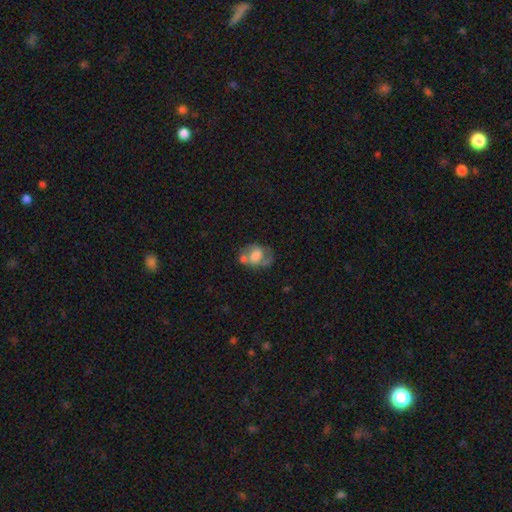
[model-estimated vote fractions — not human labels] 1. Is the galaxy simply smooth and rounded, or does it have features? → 50% featured or disk, 41% smooth, 8% star or artifact.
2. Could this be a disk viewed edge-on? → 97% no, 3% yes.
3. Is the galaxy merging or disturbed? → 37% none, 28% merger, 20% minor disturbance, 15% major disturbance.